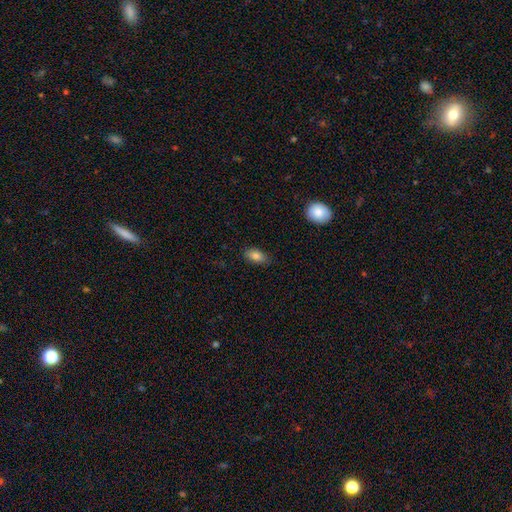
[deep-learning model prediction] Smooth or featured: smooth — 84% (star or artifact — 8%)
How rounded: in between — 90% (round — 6%)
Merging: none — 83% (minor disturbance — 14%)